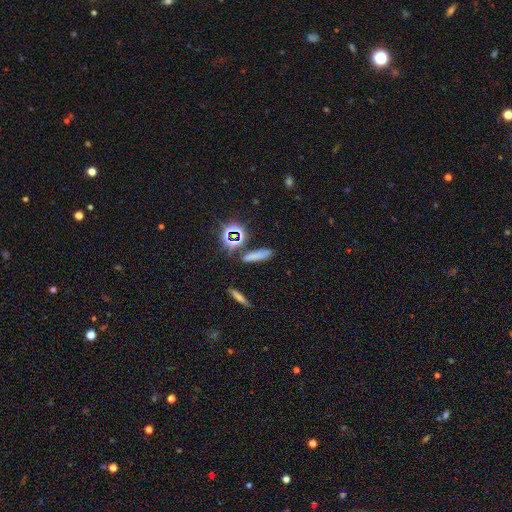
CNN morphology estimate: This is likely a smooth galaxy (67%). How rounded: likely cigar-shaped (69%). Merging: likely none (77%).